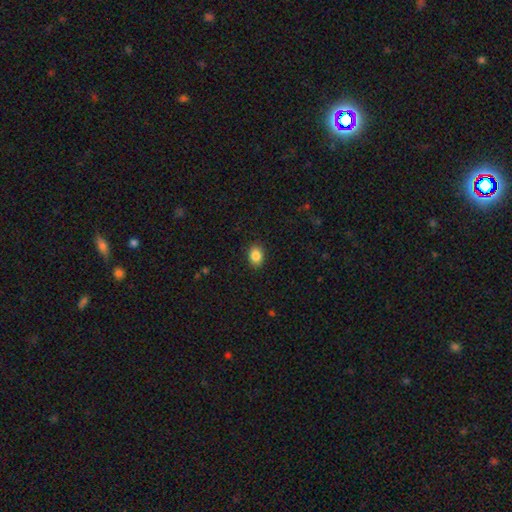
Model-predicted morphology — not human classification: This appears to be a smooth galaxy with no disk features (87%) that is in between round and cigar-shaped (68%). Merging: none (89%).